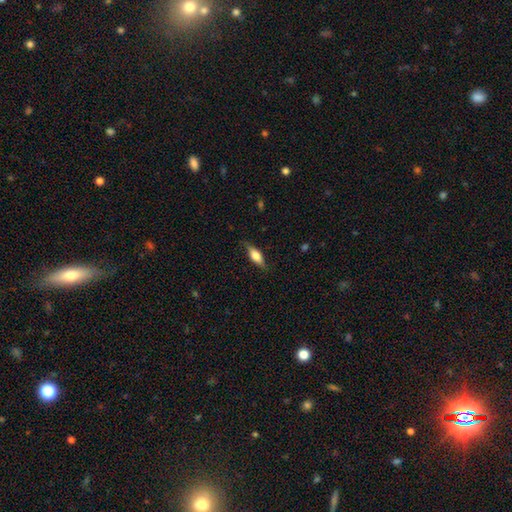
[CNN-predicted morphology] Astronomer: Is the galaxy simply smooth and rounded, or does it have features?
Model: smooth — 61%.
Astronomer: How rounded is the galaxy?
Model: in between — 66%.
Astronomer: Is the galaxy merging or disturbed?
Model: none — 77%.